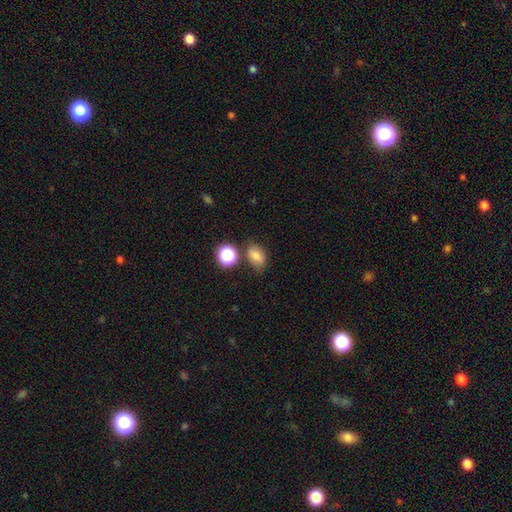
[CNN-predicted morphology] Smooth or featured? smooth (77%)
How rounded? in between (75%)
Merging? none (68%)